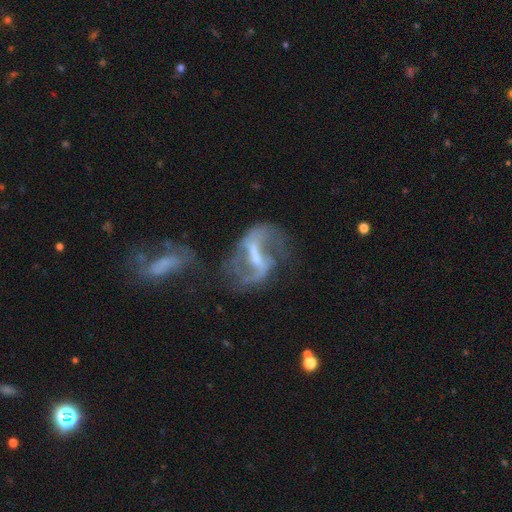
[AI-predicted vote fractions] A featured or disk galaxy (87%) with a strong bar (57%), 2 (87%) loose (65%) spiral arms (90%) and a small central bulge (61%).

Vote fractions:
- Smooth or featured? featured or disk: 87% / star or artifact: 7% / smooth: 6%
- Edge-on disk? no: 96% / yes: 4%
- Bar? strong: 57% / weak: 33% / no: 11%
- Spiral arms? yes: 90% / no: 10%
- Spiral winding? loose: 65% / medium: 28% / tight: 7%
- Spiral arm count? 2: 87% / can't tell: 5% / 1: 4% / 3: 2% / 4: 1% / more than 4: 1%
- Bulge size? small: 61% / moderate: 26% / none: 10% / large: 2% / dominant: 1%
- Merging? none: 44% / major disturbance: 23% / minor disturbance: 18% / merger: 15%